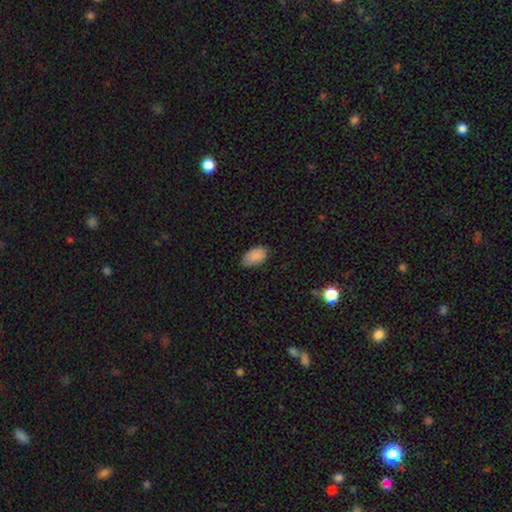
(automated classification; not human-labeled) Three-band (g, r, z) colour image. It shows a smooth galaxy with no disk features (89%) that is in between round and cigar-shaped (95%). Merging: none (80%).